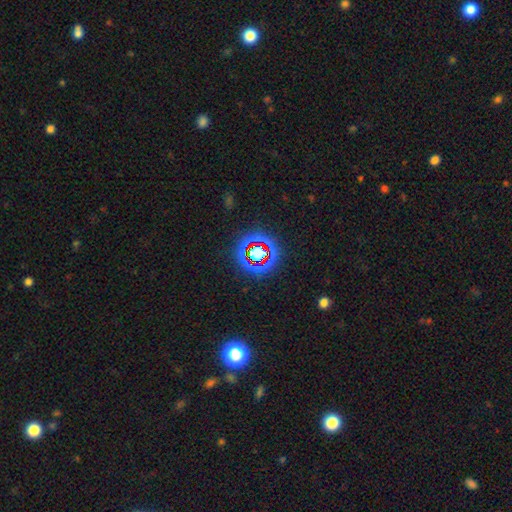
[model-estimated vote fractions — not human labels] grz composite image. It shows a star or artifact, not a galaxy (73%).